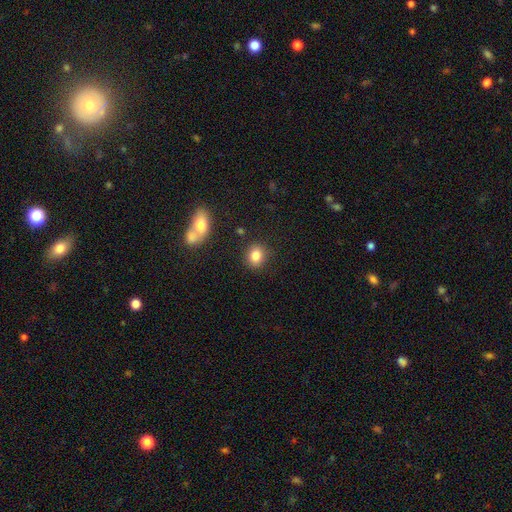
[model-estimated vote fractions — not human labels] The model was most divided on "how rounded": round: 65%, in between: 34%, cigar-shaped: 1%. More confident: merging — none (84%); smooth or featured — smooth (83%).